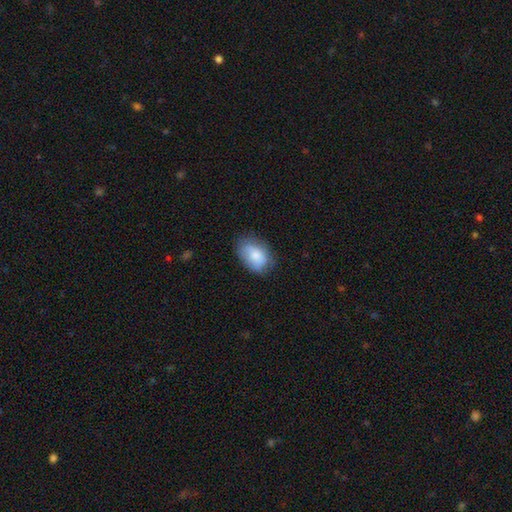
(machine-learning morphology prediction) smooth_or_featured: smooth (p=0.78) [alt: featured or disk p=0.15]
how_rounded: in between (p=0.86) [alt: round p=0.13]
merging: none (p=0.67) [alt: minor disturbance p=0.25]